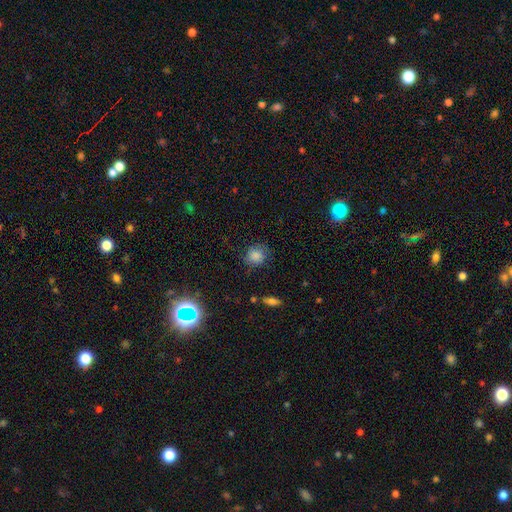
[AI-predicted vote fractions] smooth 77%, star or artifact 12%, featured or disk 11%. Down the decision tree: how rounded — round (80%); merging — none (70%).